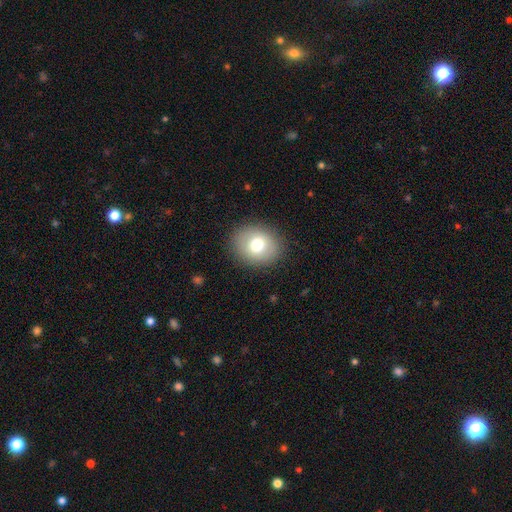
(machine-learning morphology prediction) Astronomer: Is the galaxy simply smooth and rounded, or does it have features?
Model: smooth — 72%.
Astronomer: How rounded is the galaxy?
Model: round — 76%.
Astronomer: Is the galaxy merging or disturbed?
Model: none — 91%.